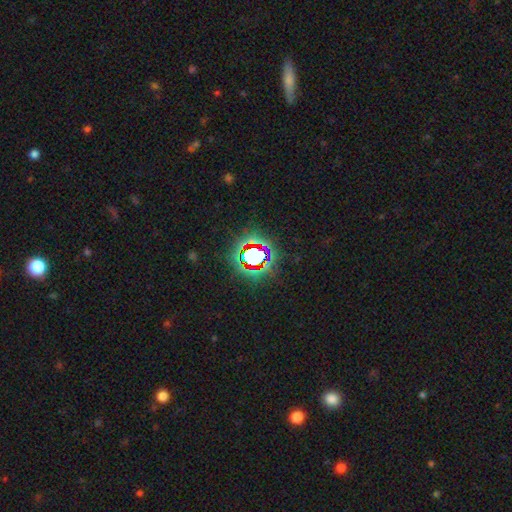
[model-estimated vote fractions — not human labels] Smooth or featured: star or artifact — 70% (smooth — 19%)